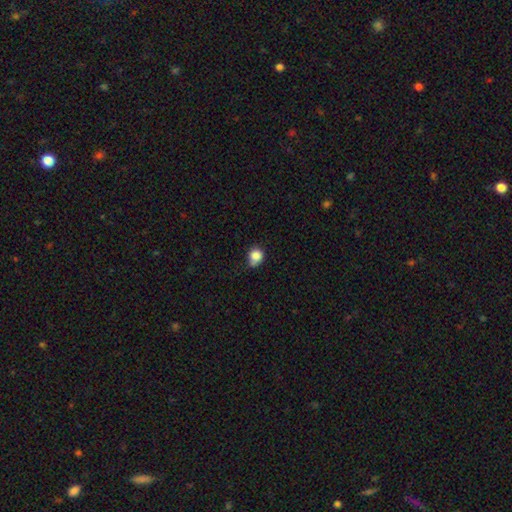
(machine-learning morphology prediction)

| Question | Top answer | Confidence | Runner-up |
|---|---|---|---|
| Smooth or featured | smooth | 83% | star or artifact (10%) |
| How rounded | round | 74% | in between (25%) |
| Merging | none | 48% | minor disturbance (38%) |